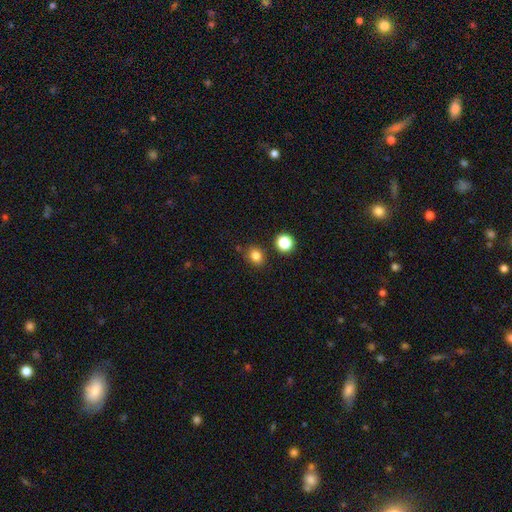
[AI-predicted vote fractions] The model was most divided on "how rounded": round: 60%, in between: 39%, cigar-shaped: 1%. More confident: smooth or featured — smooth (82%); merging — none (80%).